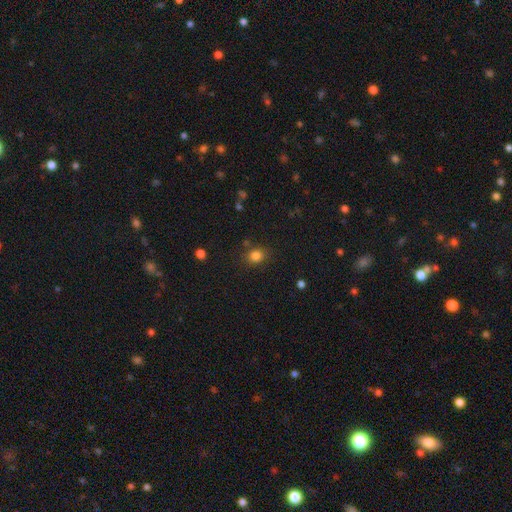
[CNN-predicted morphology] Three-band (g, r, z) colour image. It shows a smooth galaxy with no disk features (83%) that is round (67%). Merging: none (81%).